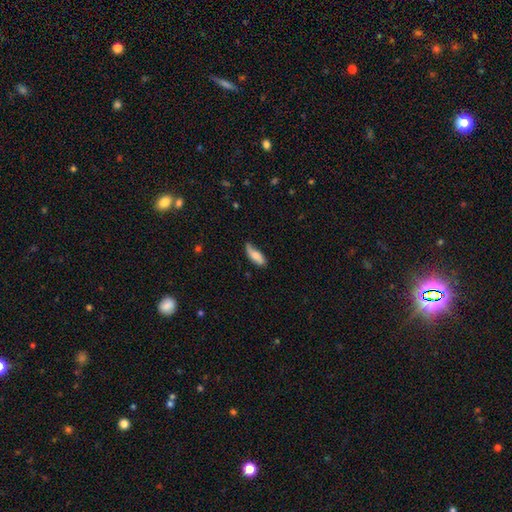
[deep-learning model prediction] smooth-or-featured: smooth: 75% | featured or disk: 19% | star or artifact: 6%
  how-rounded: in between: 69% | cigar-shaped: 29% | round: 2%
  merging: none: 57% | minor disturbance: 33% | major disturbance: 8% | merger: 3%